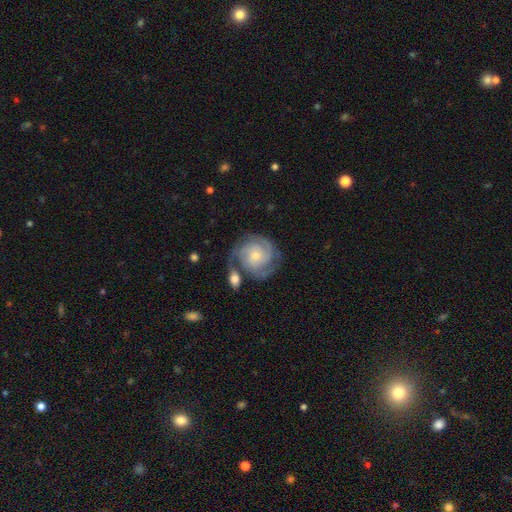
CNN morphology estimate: A featured or disk galaxy (83%) with no bar (73%), 2 (38%) tight (64%) spiral arms (96%) and a small central bulge (64%). Merging: none (63%).